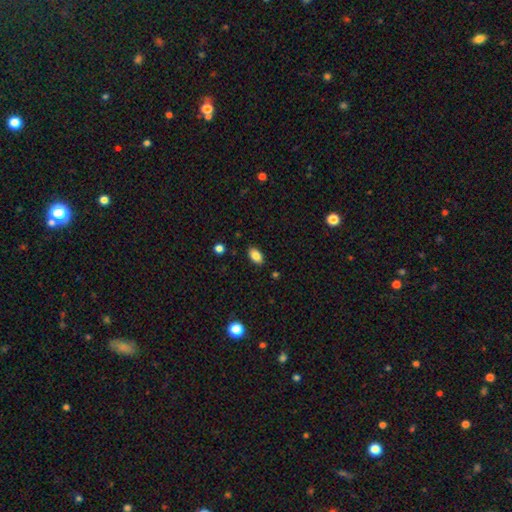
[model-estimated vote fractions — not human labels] Overall: smooth (85%). How rounded: in between (91%). Merging: none (87%).